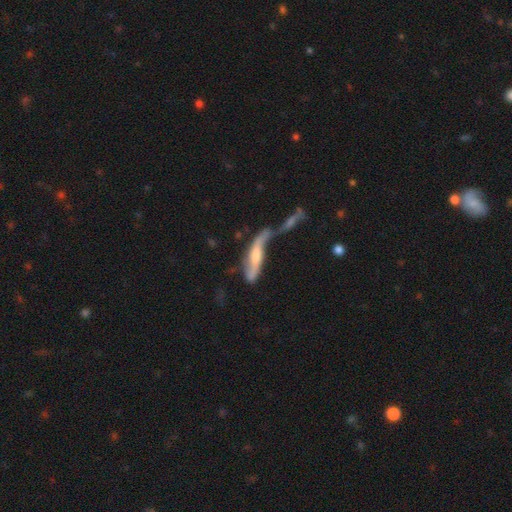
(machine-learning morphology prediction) smooth-or-featured: featured or disk: 63% | smooth: 29% | star or artifact: 8%
  disk-edge-on: no: 62% | yes: 38%
  merging: merger: 57% | none: 18% | major disturbance: 15% | minor disturbance: 11%